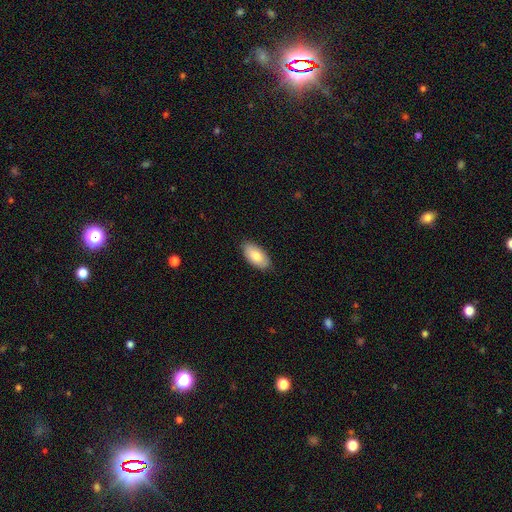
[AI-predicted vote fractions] Smooth or featured? Predicted: smooth (p=0.82). How rounded? Predicted: in between (p=0.94). Merging? Predicted: none (p=0.87).